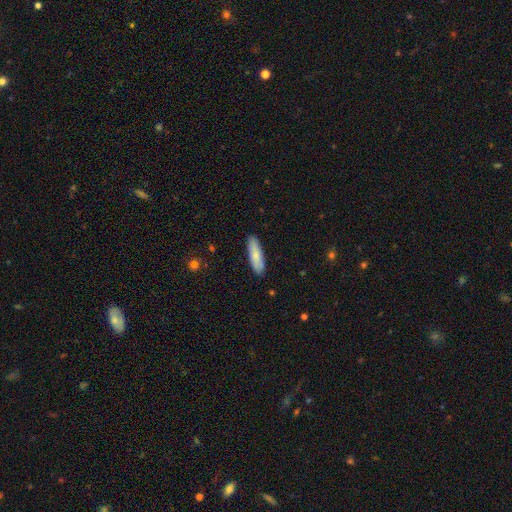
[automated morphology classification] Smooth or featured? smooth (81%)
How rounded? cigar-shaped (50%)
Merging? none (87%)